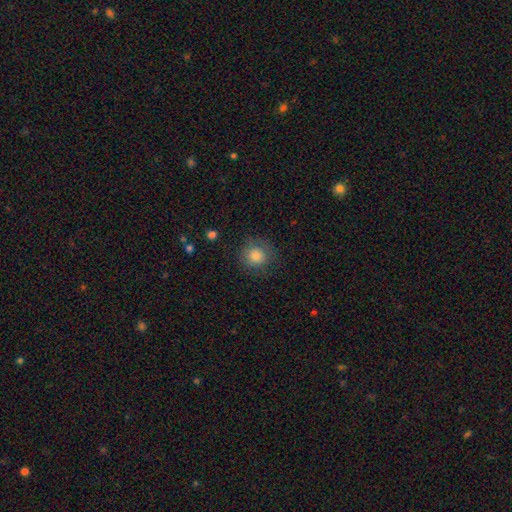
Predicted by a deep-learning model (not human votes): A smooth galaxy with no disk features (83%) that is round (90%).

Vote fractions:
- Smooth or featured? smooth: 83% / star or artifact: 10% / featured or disk: 7%
- How rounded? round: 90% / in between: 9% / cigar-shaped: 1%
- Merging? none: 82% / minor disturbance: 12% / major disturbance: 5% / merger: 1%